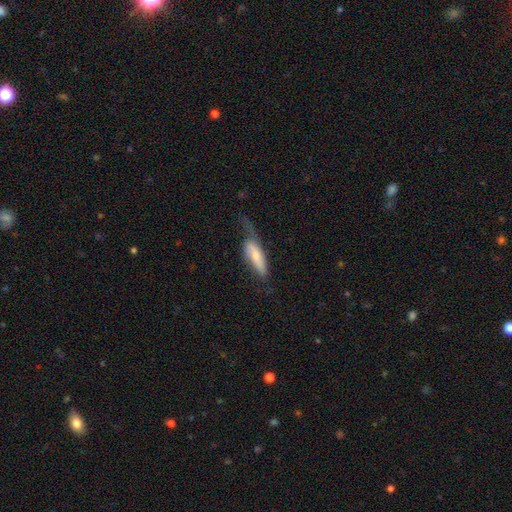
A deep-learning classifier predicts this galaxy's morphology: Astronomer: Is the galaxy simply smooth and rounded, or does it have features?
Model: smooth — 63%.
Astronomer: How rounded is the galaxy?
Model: in between — 53% (runner-up: cigar-shaped, 45%).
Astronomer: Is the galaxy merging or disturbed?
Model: none — 33%, tied with major disturbance at 33%.